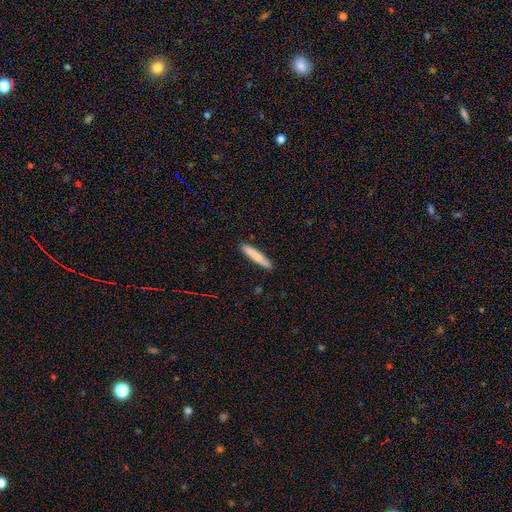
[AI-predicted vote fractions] smooth_or_featured: smooth (p=0.81) [alt: featured or disk p=0.14]
how_rounded: cigar-shaped (p=0.93) [alt: in between p=0.06]
merging: none (p=0.90) [alt: minor disturbance p=0.07]